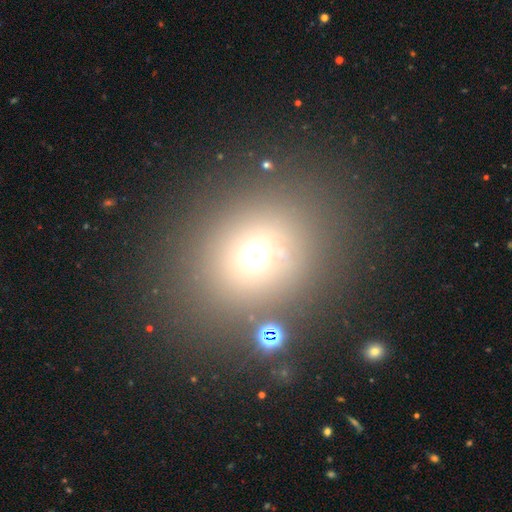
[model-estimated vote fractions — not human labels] Smooth or featured? smooth (63%)
How rounded? round (75%)
Merging? none (78%)